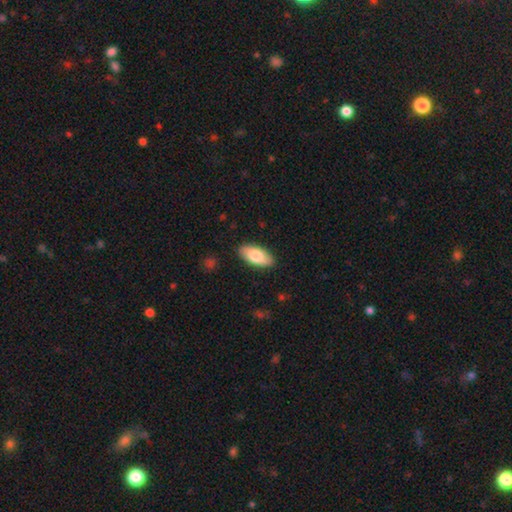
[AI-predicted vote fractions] This appears to be a smooth galaxy with no disk features (80%) that is in between round and cigar-shaped (91%). Merging: none (88%).